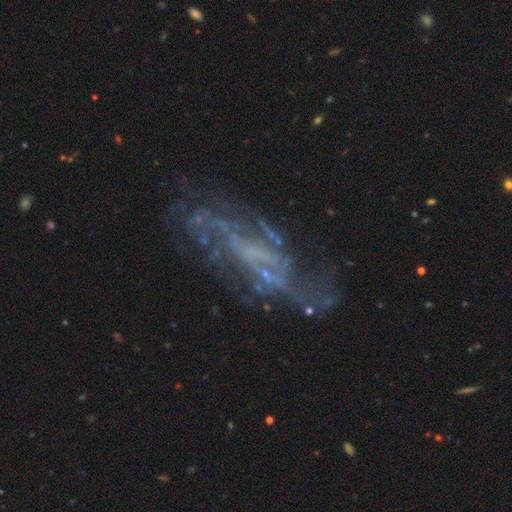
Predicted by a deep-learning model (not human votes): smooth-or-featured: featured or disk: 75% | star or artifact: 14% | smooth: 10%
  disk-edge-on: no: 88% | yes: 12%
    bar: no: 47% | weak: 32% | strong: 21%
    has-spiral-arms: yes: 75% | no: 25%
      spiral-winding: medium: 38% | loose: 34% | tight: 28%
      spiral-arm-count: can't tell: 46% | 2: 24% | 3: 11% | 4: 7% | 1: 6% | more than 4: 6%
    bulge-size: none: 63% | small: 26% | moderate: 8% | large: 2% | dominant: 1%
  merging: none: 56% | major disturbance: 21% | minor disturbance: 19% | merger: 4%